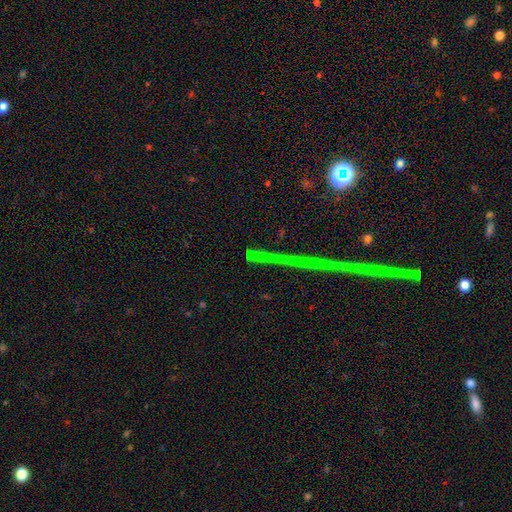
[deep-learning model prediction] Q: Smooth or featured?
A: star or artifact (75%); runner-up: featured or disk (13%)